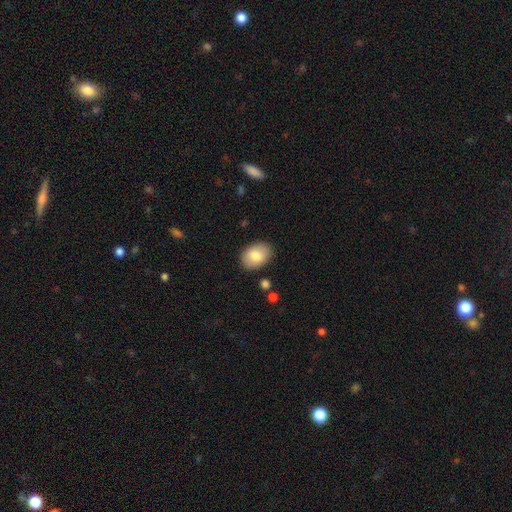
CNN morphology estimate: Smooth or featured: smooth — 81% (featured or disk — 12%)
How rounded: in between — 83% (round — 16%)
Merging: none — 85% (minor disturbance — 11%)